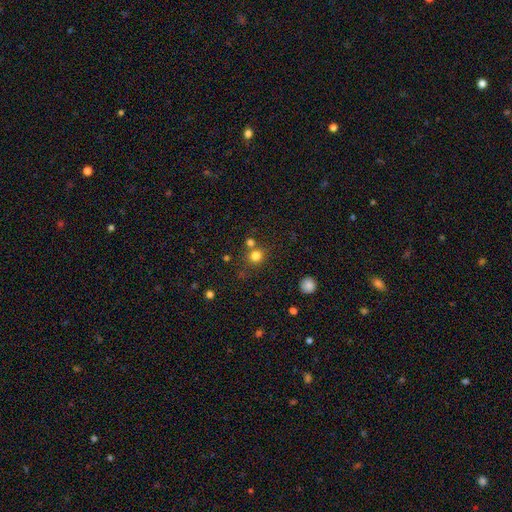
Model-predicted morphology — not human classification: smooth_or_featured: smooth (p=0.79) [alt: star or artifact p=0.15]
how_rounded: round (p=0.86) [alt: in between p=0.13]
merging: none (p=0.67) [alt: merger p=0.20]